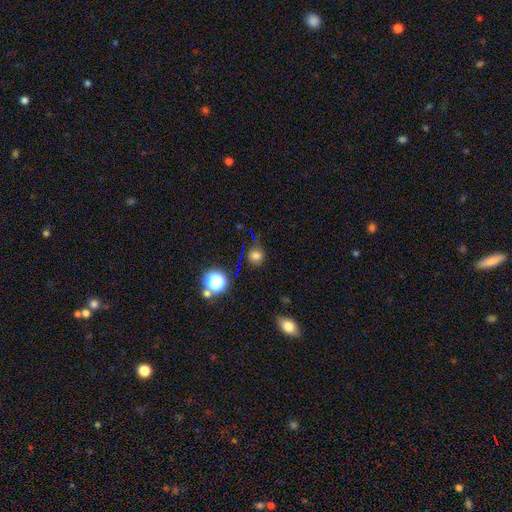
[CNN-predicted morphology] A smooth galaxy with no disk features (71%) that is round (87%).

Vote fractions:
- Smooth or featured? smooth: 71% / star or artifact: 22% / featured or disk: 7%
- How rounded? round: 87% / in between: 12% / cigar-shaped: 1%
- Merging? none: 82% / minor disturbance: 12% / major disturbance: 4% / merger: 3%